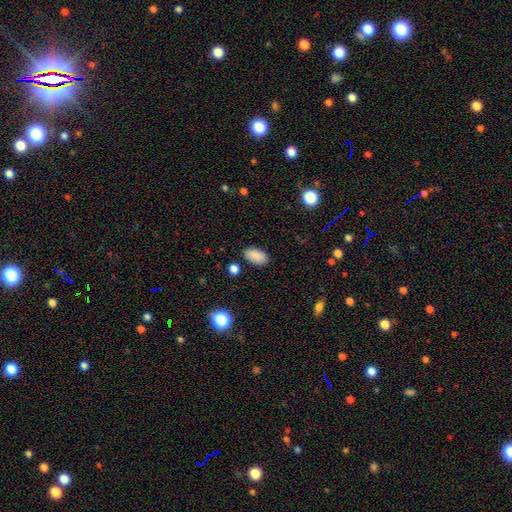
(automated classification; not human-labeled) This is clearly a smooth galaxy (87%). How rounded: clearly in between (94%). Merging: clearly none (86%).